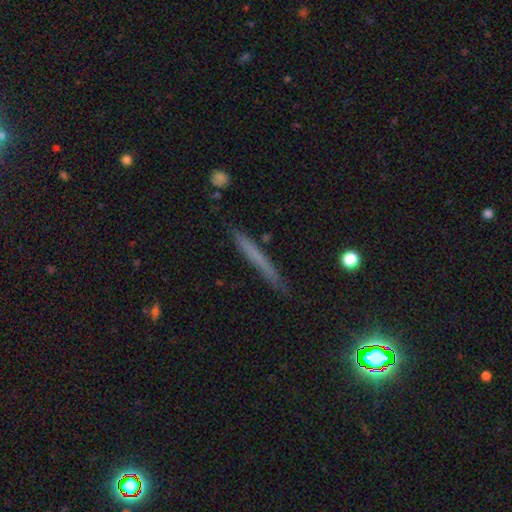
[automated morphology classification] Smooth or featured? smooth (57%)
How rounded? cigar-shaped (96%)
Merging? none (86%)